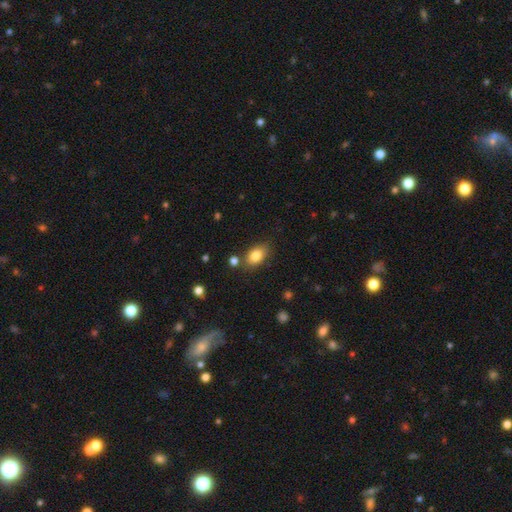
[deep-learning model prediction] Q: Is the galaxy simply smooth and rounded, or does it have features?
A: smooth — 83%.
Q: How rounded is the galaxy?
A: in between — 84%.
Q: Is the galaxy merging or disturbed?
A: none — 78%.